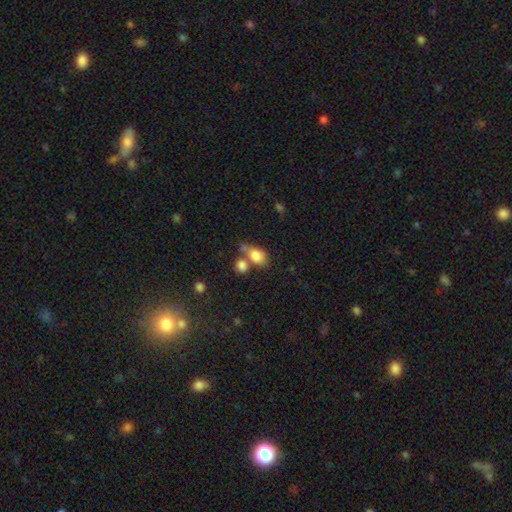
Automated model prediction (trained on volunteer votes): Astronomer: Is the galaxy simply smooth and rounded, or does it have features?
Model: smooth — 80%.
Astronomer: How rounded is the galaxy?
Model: in between — 74%.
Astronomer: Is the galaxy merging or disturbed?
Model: merger — 42% (runner-up: none, 36%).